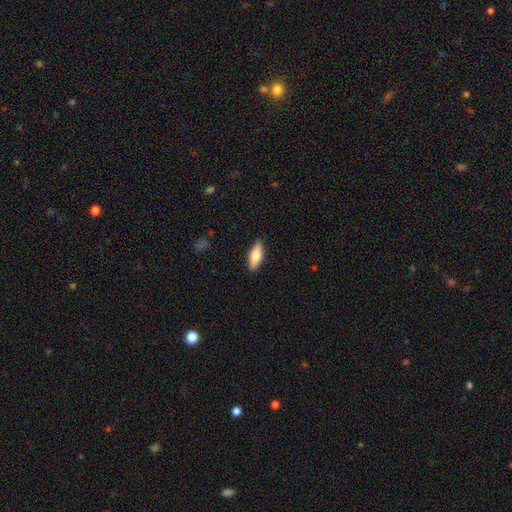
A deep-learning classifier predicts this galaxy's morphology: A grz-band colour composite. It shows a smooth galaxy with no disk features (78%) that is in between round and cigar-shaped (72%). Merging: none (88%).